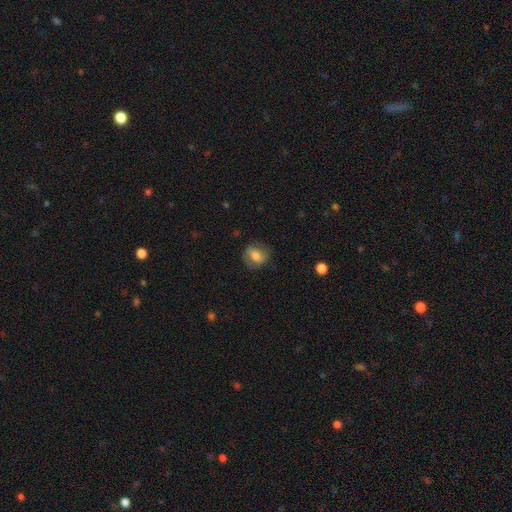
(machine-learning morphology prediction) Smooth or featured? smooth (61%)
How rounded? in between (57%)
Merging? none (71%)